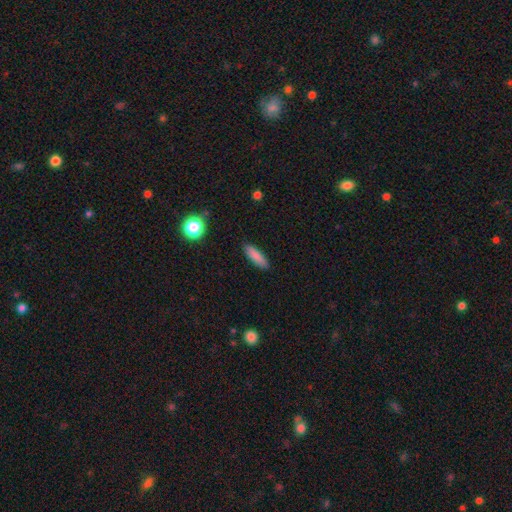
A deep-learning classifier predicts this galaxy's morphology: The model was most divided on "how rounded": cigar-shaped: 62%, in between: 36%, round: 2%. More confident: merging — none (89%); smooth or featured — smooth (85%).